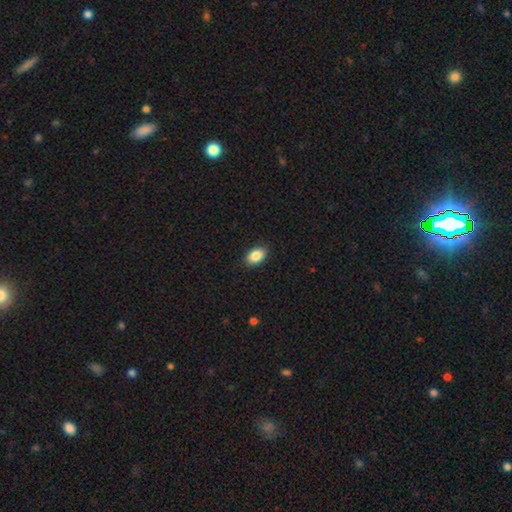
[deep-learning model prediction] The model was most divided on "how rounded": in between: 88%, round: 10%, cigar-shaped: 1%. More confident: merging — none (88%); smooth or featured — smooth (87%).